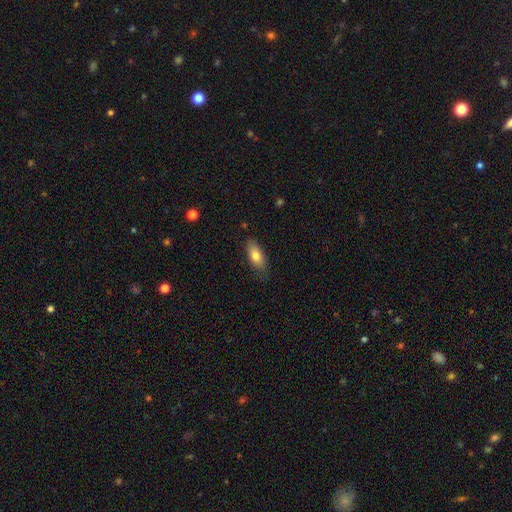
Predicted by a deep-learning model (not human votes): Overall: smooth (77%). How rounded: in between (81%). Merging: none (78%).